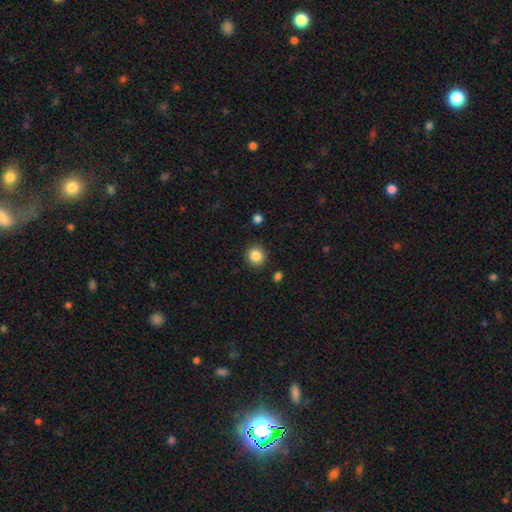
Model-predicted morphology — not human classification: The model was most divided on "smooth or featured": smooth: 86%, star or artifact: 10%, featured or disk: 4%. More confident: merging — none (89%); how rounded — round (89%).